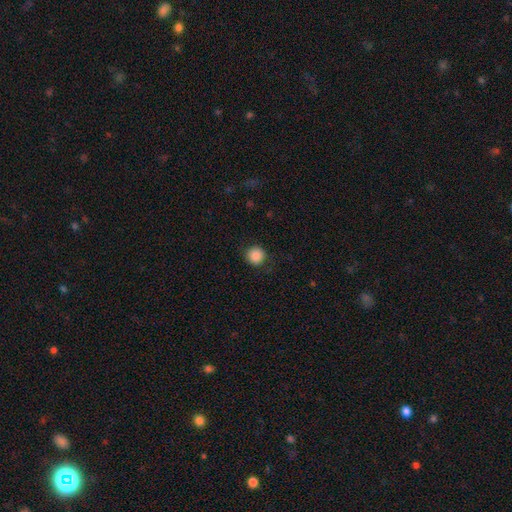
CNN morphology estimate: Smooth or featured? smooth (87%)
How rounded? round (94%)
Merging? none (88%)